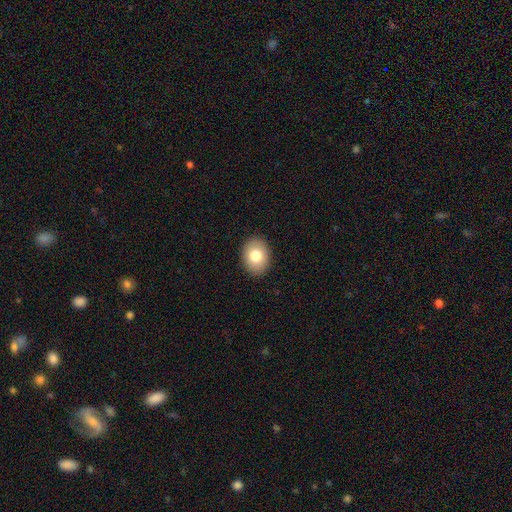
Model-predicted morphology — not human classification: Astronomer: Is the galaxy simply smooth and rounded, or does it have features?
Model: smooth — 80%.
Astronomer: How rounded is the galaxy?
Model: in between — 67%.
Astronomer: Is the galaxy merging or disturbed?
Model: none — 90%.